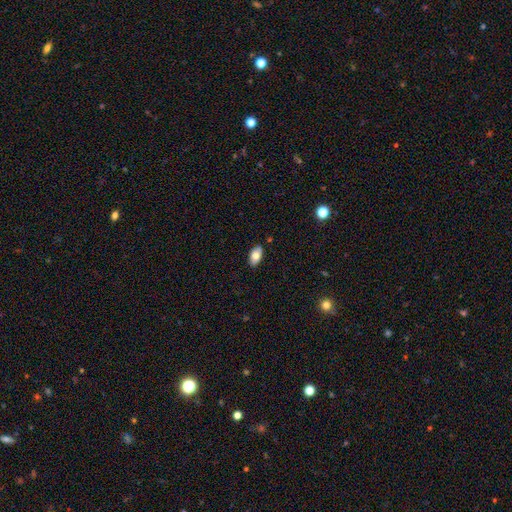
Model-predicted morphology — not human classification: Smooth or featured?
  - smooth: 73% *
  - featured or disk: 19%
  - star or artifact: 7%
How rounded?
  - in between: 93% *
  - round: 4%
  - cigar-shaped: 3%
Merging?
  - none: 87% *
  - minor disturbance: 10%
  - major disturbance: 2%
  - merger: 1%